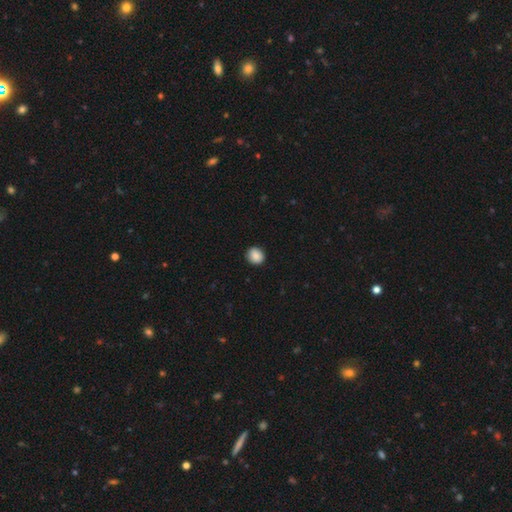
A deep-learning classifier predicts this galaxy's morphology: Overall: smooth (87%). How rounded: round (72%). Merging: none (88%).